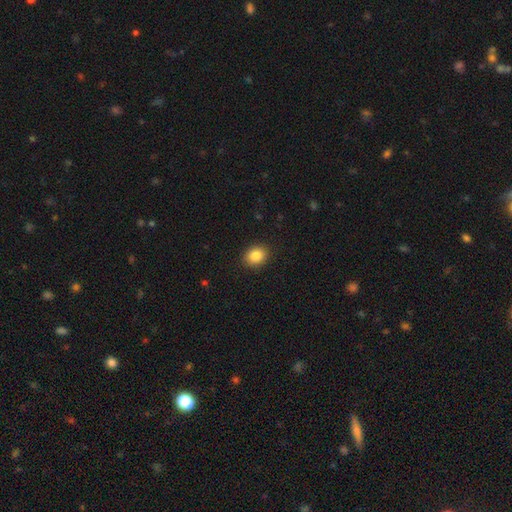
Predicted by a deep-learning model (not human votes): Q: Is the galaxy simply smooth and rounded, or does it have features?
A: smooth — 87%.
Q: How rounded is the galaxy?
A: round — 52%.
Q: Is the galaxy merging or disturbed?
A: none — 89%.